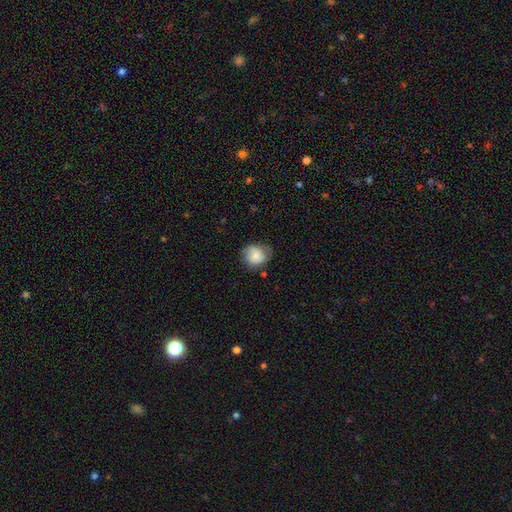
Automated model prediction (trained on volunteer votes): Overall: smooth (69%). How rounded: round (70%). Merging: none (60%; minor disturbance 29%).